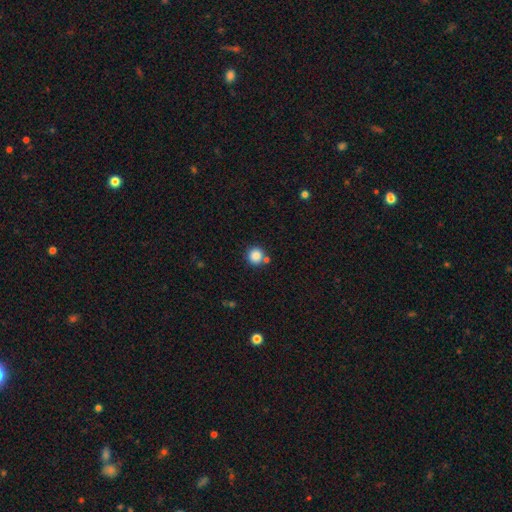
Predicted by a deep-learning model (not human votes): A smooth galaxy with no disk features (86%) that is round (92%).

Vote fractions:
- Smooth or featured? smooth: 86% / star or artifact: 10% / featured or disk: 4%
- How rounded? round: 92% / in between: 7% / cigar-shaped: 1%
- Merging? none: 74% / merger: 14% / minor disturbance: 9% / major disturbance: 3%